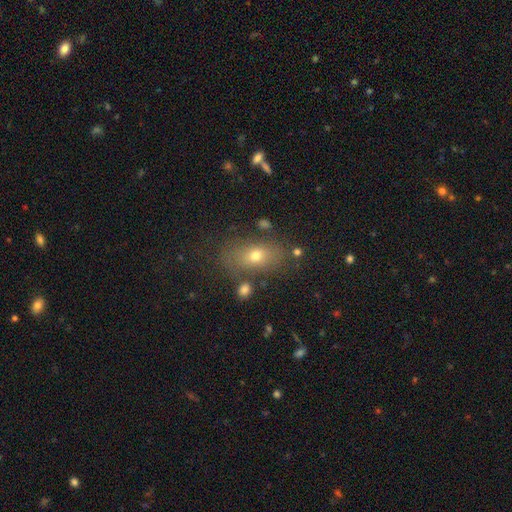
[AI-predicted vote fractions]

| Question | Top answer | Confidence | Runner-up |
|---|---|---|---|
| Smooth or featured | smooth | 67% | featured or disk (19%) |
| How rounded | in between | 83% | round (14%) |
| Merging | none | 73% | minor disturbance (15%) |